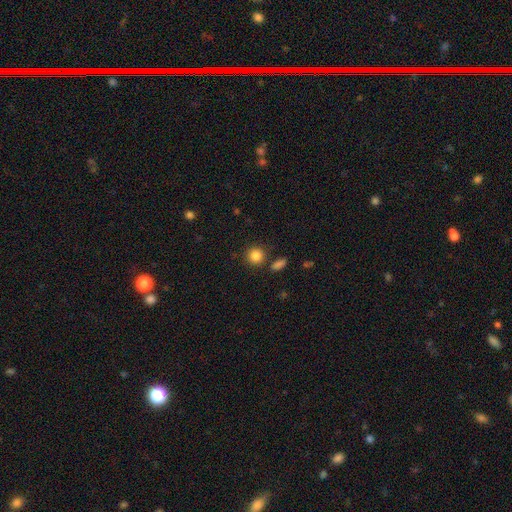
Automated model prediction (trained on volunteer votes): Morphology: type=smooth (86%); roundness=round (89%); merging=none (81%).